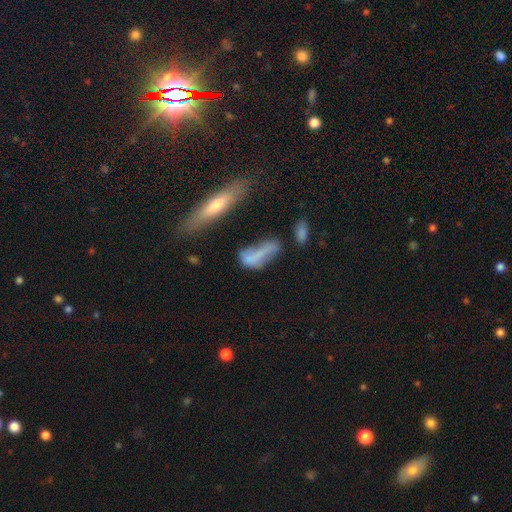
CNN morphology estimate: Smooth or featured? smooth (59%)
How rounded? in between (57%)
Merging? none (36%)